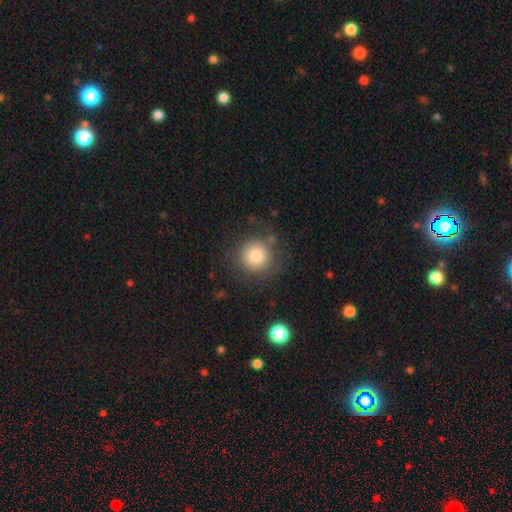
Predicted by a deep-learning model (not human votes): Q: Smooth or featured?
A: smooth (78%); runner-up: featured or disk (12%)
Q: How rounded?
A: round (93%); runner-up: in between (6%)
Q: Merging?
A: none (71%); runner-up: minor disturbance (16%)